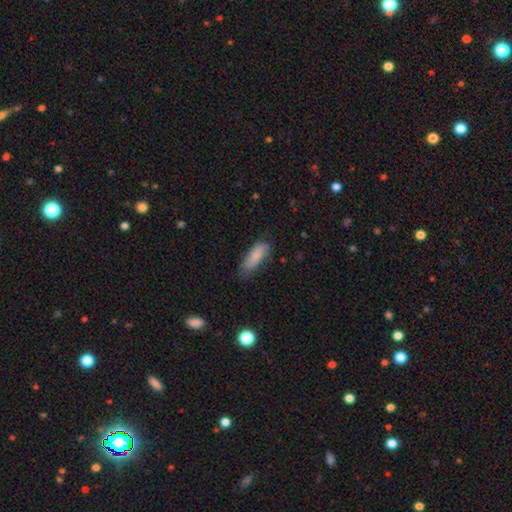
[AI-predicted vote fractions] Smooth or featured?
  - smooth: 82% *
  - featured or disk: 12%
  - star or artifact: 6%
How rounded?
  - in between: 63% *
  - cigar-shaped: 35%
  - round: 2%
Merging?
  - none: 65% *
  - minor disturbance: 27%
  - major disturbance: 6%
  - merger: 2%